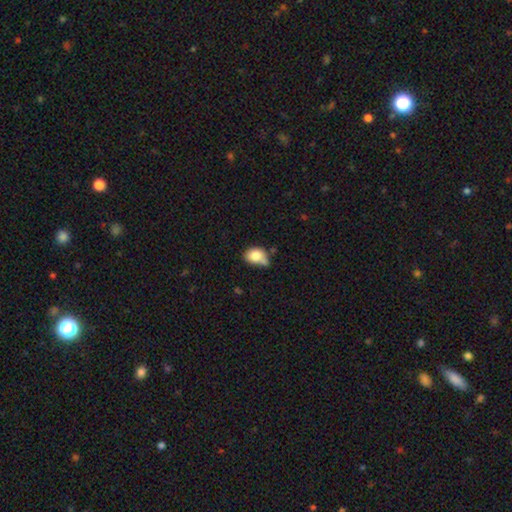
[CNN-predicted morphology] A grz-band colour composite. It shows a smooth galaxy with no disk features (80%) that is in between round and cigar-shaped (64%). Merging: none (35%).